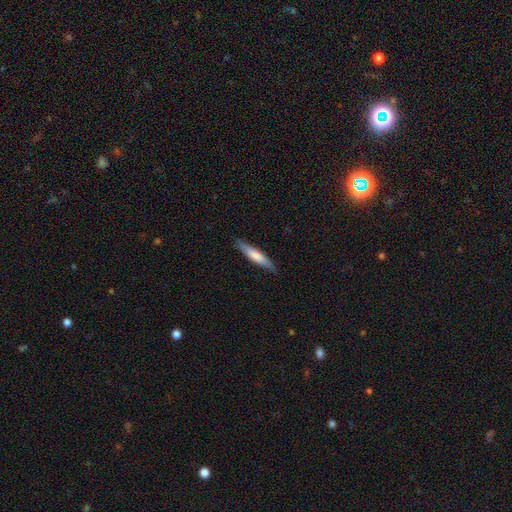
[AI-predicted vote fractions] smooth_or_featured: smooth (p=0.64) [alt: featured or disk p=0.31]
how_rounded: cigar-shaped (p=0.88) [alt: in between p=0.10]
merging: none (p=0.87) [alt: minor disturbance p=0.11]